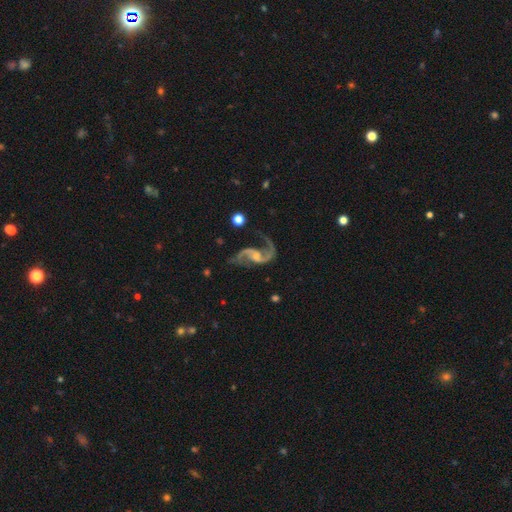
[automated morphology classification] Smooth or featured?
  - featured or disk: 93% *
  - star or artifact: 4%
  - smooth: 3%
Edge-on disk?
  - no: 98% *
  - yes: 2%
Bar?
  - no: 45% *
  - weak: 43%
  - strong: 13%
Spiral arms?
  - yes: 98% *
  - no: 2%
Spiral winding?
  - loose: 68% *
  - medium: 28%
  - tight: 5%
Spiral arm count?
  - 2: 93% *
  - 1: 2%
  - can't tell: 1%
  - 3: 1%
  - 4: 1%
  - more than 4: 1%
Bulge size?
  - small: 47% *
  - moderate: 34%
  - none: 14%
  - large: 3%
  - dominant: 1%
Merging?
  - none: 67% *
  - minor disturbance: 16%
  - major disturbance: 13%
  - merger: 4%